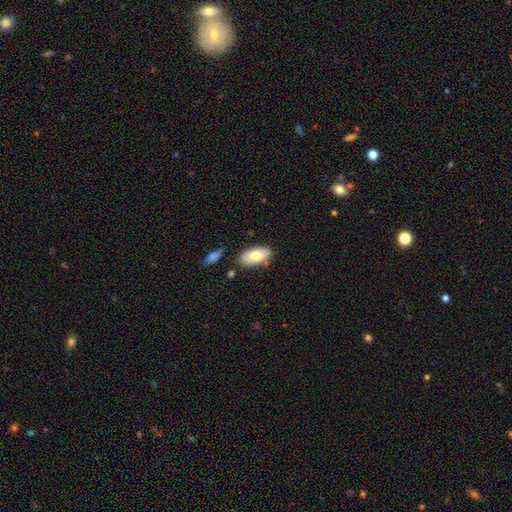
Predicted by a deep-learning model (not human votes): Smooth or featured?
  - smooth: 74% *
  - featured or disk: 19%
  - star or artifact: 6%
How rounded?
  - in between: 93% *
  - cigar-shaped: 4%
  - round: 3%
Merging?
  - none: 79% *
  - minor disturbance: 14%
  - merger: 5%
  - major disturbance: 3%